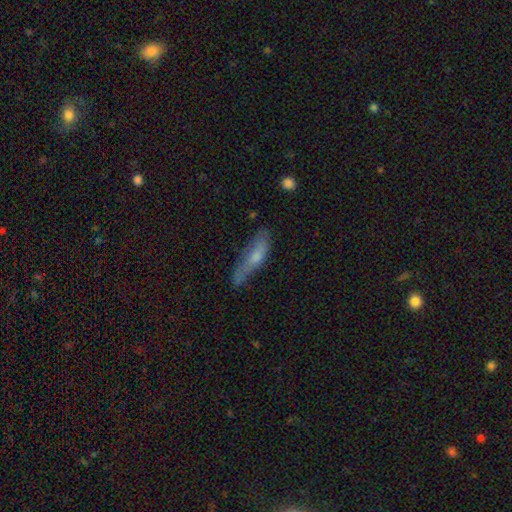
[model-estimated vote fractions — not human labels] Q: Smooth or featured?
A: smooth (61%); runner-up: featured or disk (32%)
Q: How rounded?
A: cigar-shaped (68%); runner-up: in between (30%)
Q: Merging?
A: none (48%); runner-up: minor disturbance (32%)